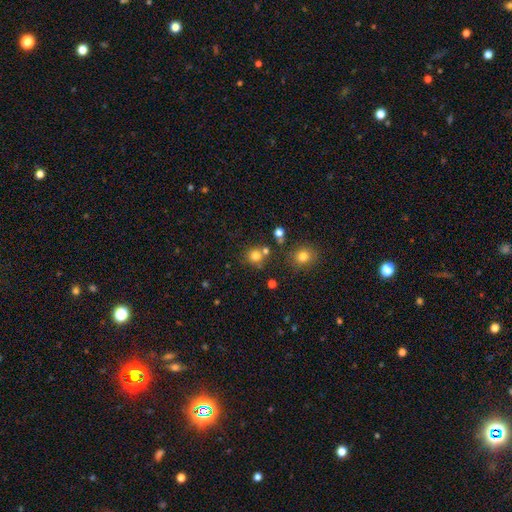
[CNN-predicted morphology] This is likely a smooth galaxy (78%). How rounded: clearly round (89%). Merging: likely none (69%).